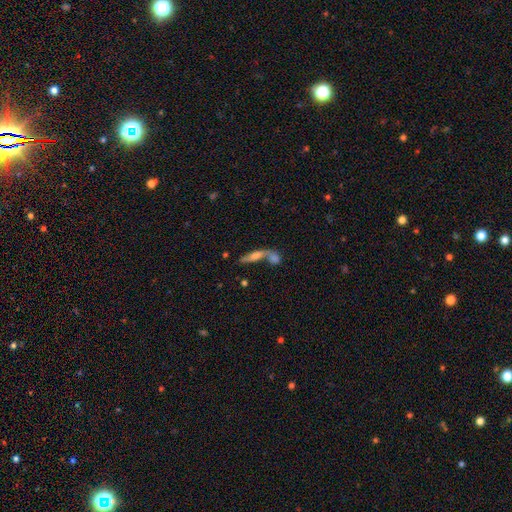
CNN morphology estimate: Smooth or featured: smooth — 46% (featured or disk — 42%)
Merging: merger — 51% (none — 34%)